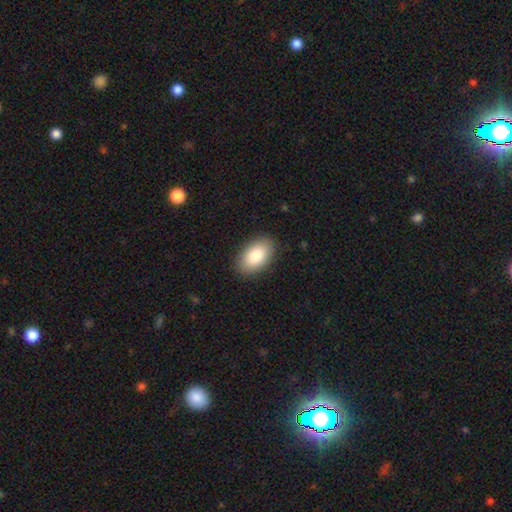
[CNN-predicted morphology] Smooth or featured: smooth — 86% (featured or disk — 8%)
How rounded: in between — 94% (round — 5%)
Merging: none — 88% (minor disturbance — 9%)